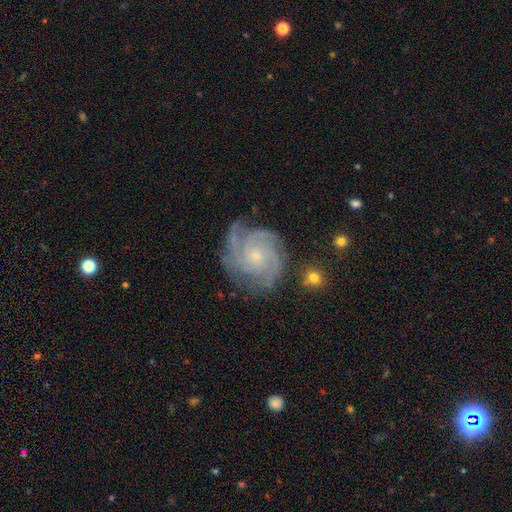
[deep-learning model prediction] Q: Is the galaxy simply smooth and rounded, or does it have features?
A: featured or disk — 89%.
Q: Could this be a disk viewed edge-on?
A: no — 98%.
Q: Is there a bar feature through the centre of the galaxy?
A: no — 77%.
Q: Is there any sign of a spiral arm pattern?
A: yes — 98%.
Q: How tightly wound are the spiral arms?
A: tight — 69%.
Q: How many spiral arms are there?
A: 3 — 34%.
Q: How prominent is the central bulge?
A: small — 76%.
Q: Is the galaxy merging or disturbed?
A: none — 76%.